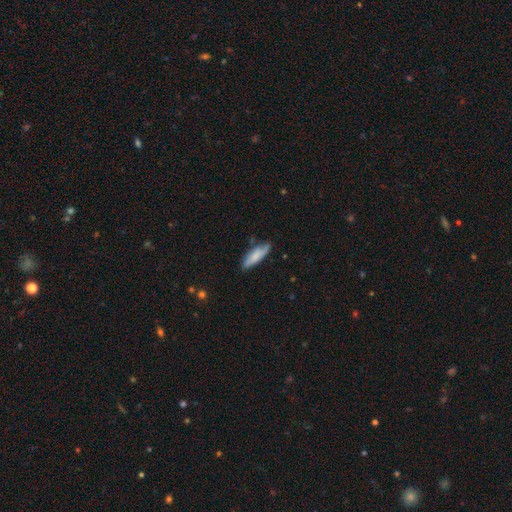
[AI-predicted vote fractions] A smooth galaxy with no disk features (71%) that is cigar-shaped (53%). Merging: none (70%).